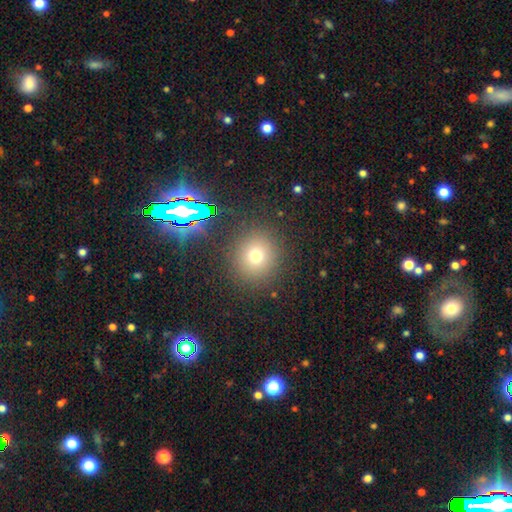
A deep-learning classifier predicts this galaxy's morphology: This is likely a smooth galaxy (69%). How rounded: clearly round (90%). Merging: clearly none (88%).